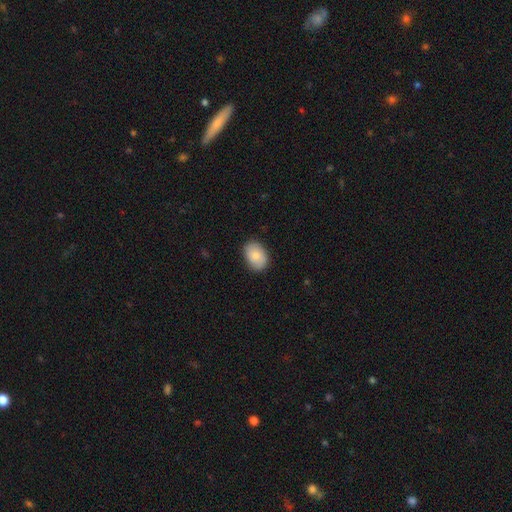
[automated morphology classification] The model was most divided on "how rounded": in between: 81%, round: 18%, cigar-shaped: 1%. More confident: merging — none (84%); smooth or featured — smooth (79%).